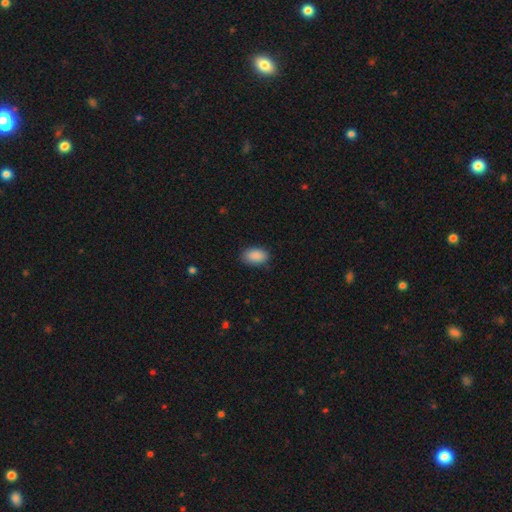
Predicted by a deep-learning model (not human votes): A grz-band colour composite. It shows a smooth galaxy with no disk features (90%) that is in between round and cigar-shaped (91%). Merging: none (83%).